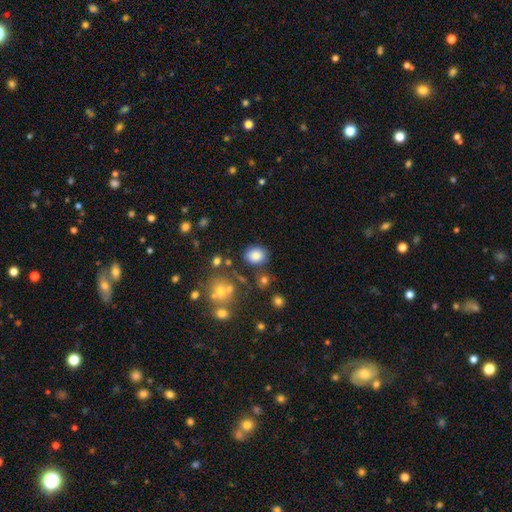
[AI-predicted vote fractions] The model was most divided on "how rounded": in between: 52%, round: 47%, cigar-shaped: 1%. More confident: smooth or featured — smooth (83%); merging — none (77%).